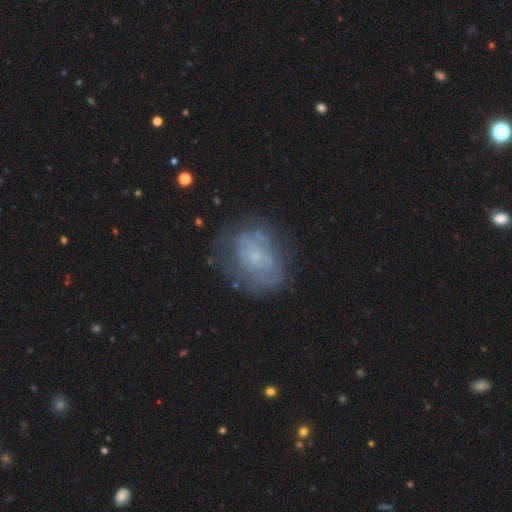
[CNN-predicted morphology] Smooth or featured: featured or disk — 52% (smooth — 36%)
Edge-on disk: no — 97% (yes — 3%)
Bar: no — 84% (weak — 13%)
Spiral arms: no — 57% (yes — 43%)
Bulge size: small — 55% (none — 24%)
Merging: none — 62% (minor disturbance — 21%)